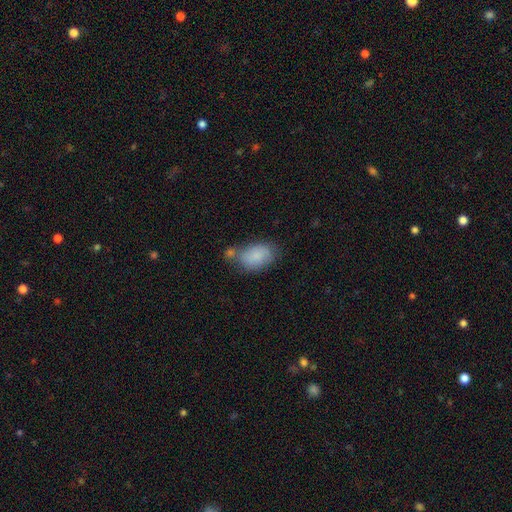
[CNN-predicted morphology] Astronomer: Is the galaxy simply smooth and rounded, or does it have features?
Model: smooth — 84%.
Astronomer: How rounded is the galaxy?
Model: in between — 87%.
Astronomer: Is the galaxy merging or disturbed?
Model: none — 48%.